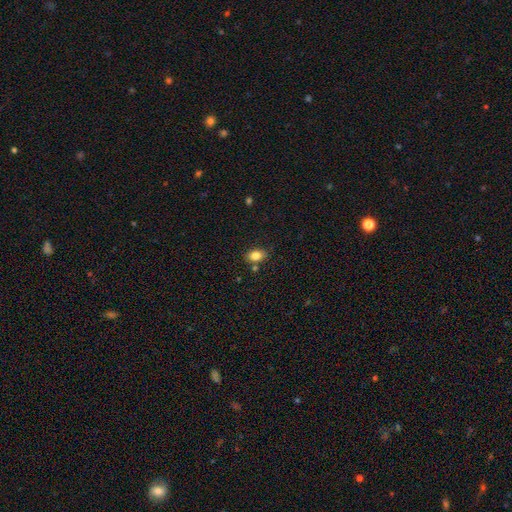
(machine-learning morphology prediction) The model was most divided on "merging": none: 76%, minor disturbance: 14%, merger: 7%, major disturbance: 3%. More confident: how rounded — in between (84%); smooth or featured — smooth (83%).